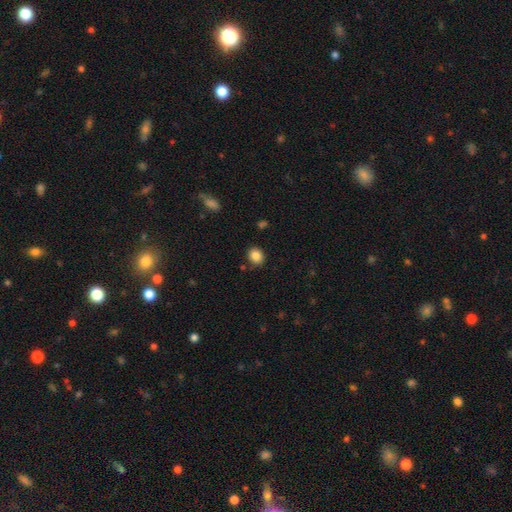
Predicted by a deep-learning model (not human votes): Smooth or featured? Predicted: smooth (p=0.86). How rounded? Predicted: round (p=0.62). Merging? Predicted: none (p=0.86).